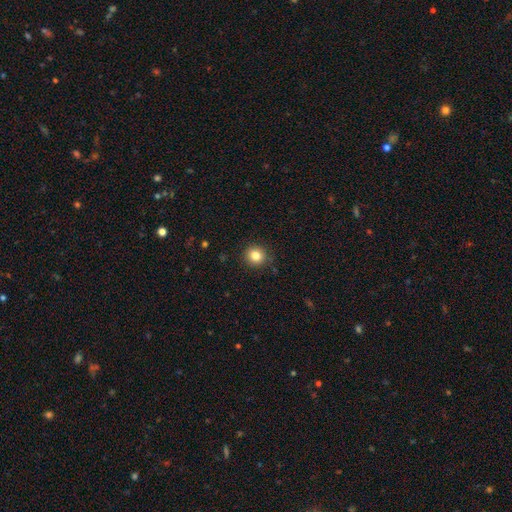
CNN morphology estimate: Smooth or featured? smooth (83%)
How rounded? round (92%)
Merging? none (90%)